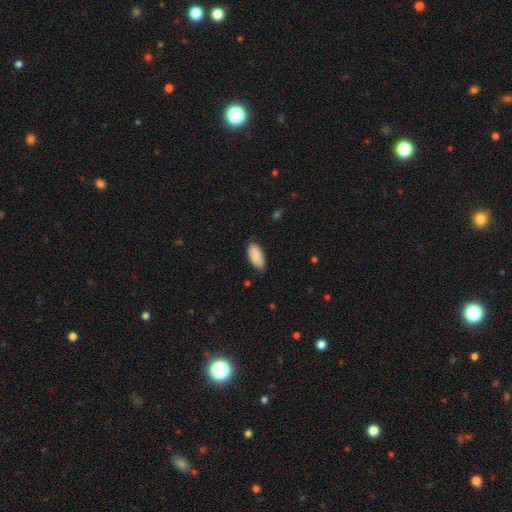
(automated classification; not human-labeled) smooth-or-featured: smooth: 88% | star or artifact: 6% | featured or disk: 6%
  how-rounded: in between: 91% | cigar-shaped: 7% | round: 2%
  merging: none: 80% | minor disturbance: 16% | major disturbance: 2% | merger: 1%